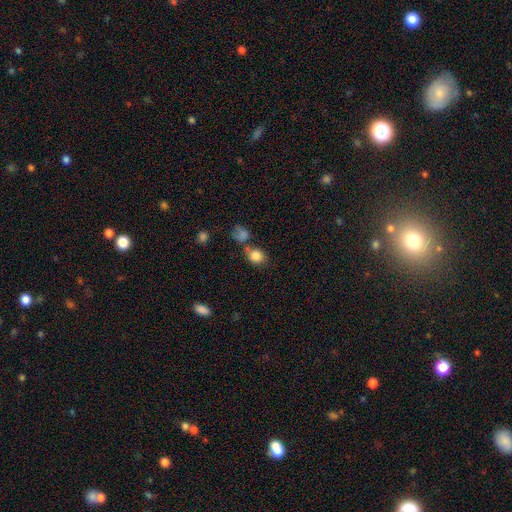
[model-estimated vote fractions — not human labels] smooth 84%, star or artifact 10%, featured or disk 6%. Down the decision tree: how rounded — round (69%); merging — none (52%).